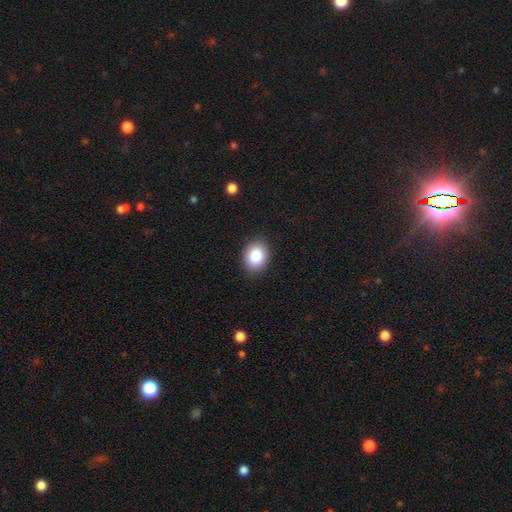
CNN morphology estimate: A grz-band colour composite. It shows a smooth galaxy with no disk features (86%) that is round (50%). Merging: none (88%).